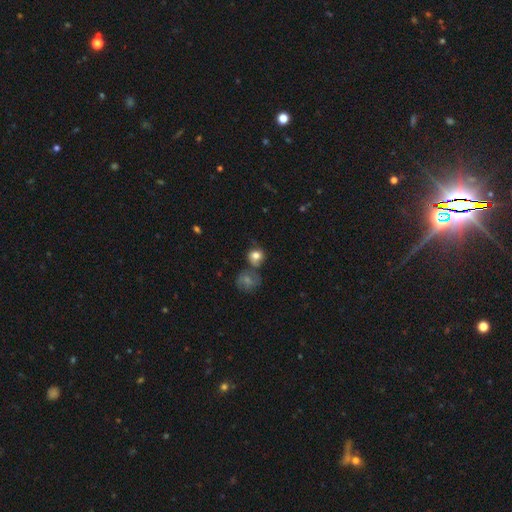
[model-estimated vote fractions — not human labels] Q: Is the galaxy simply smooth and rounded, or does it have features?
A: smooth — 76%.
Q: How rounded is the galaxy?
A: round — 77%.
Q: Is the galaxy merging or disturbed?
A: none — 52%.